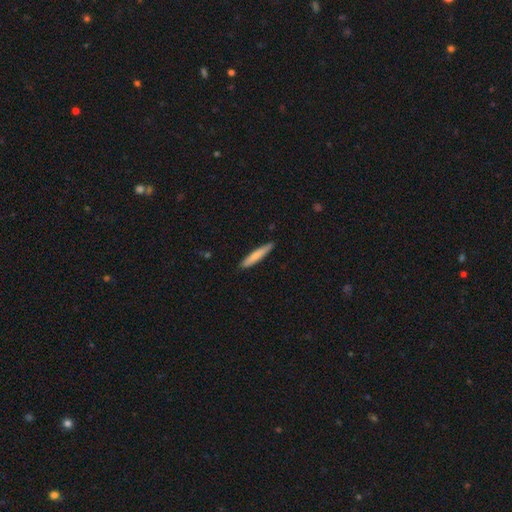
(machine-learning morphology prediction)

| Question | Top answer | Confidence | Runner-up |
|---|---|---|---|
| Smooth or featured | smooth | 74% | featured or disk (21%) |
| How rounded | cigar-shaped | 91% | in between (7%) |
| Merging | none | 87% | minor disturbance (11%) |